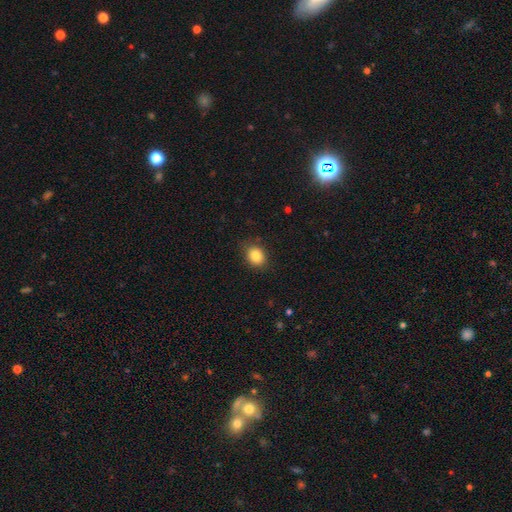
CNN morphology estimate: This appears to be a smooth galaxy with no disk features (84%) that is round (54%). Merging: none (84%).